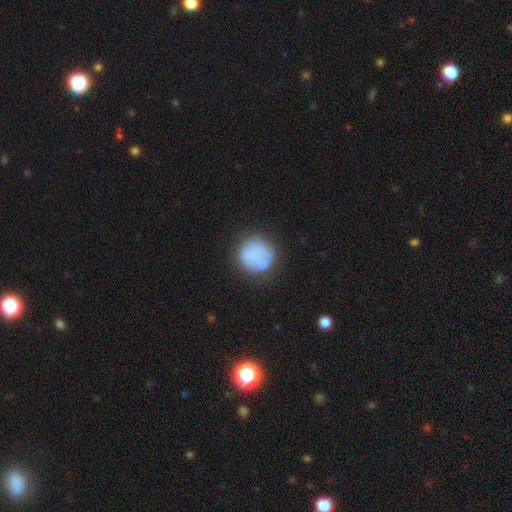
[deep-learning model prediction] smooth-or-featured: smooth: 70% | featured or disk: 22% | star or artifact: 9%
  how-rounded: round: 92% | in between: 7% | cigar-shaped: 1%
  merging: none: 67% | minor disturbance: 20% | major disturbance: 9% | merger: 4%